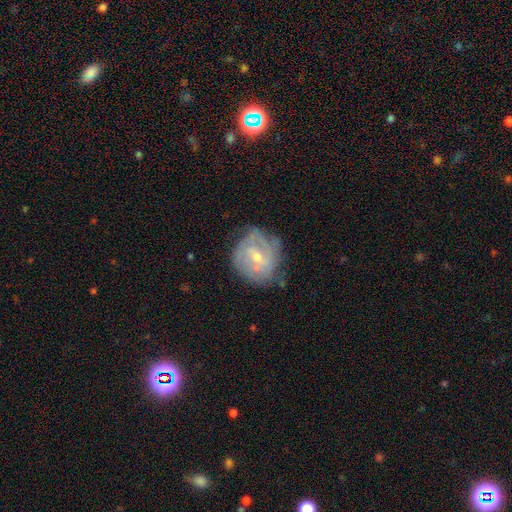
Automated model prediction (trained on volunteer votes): A featured or disk galaxy (72%) with a weak bar (52%), tight (56%) spiral arms (78%) and a small central bulge (52%). Merging: none (58%).